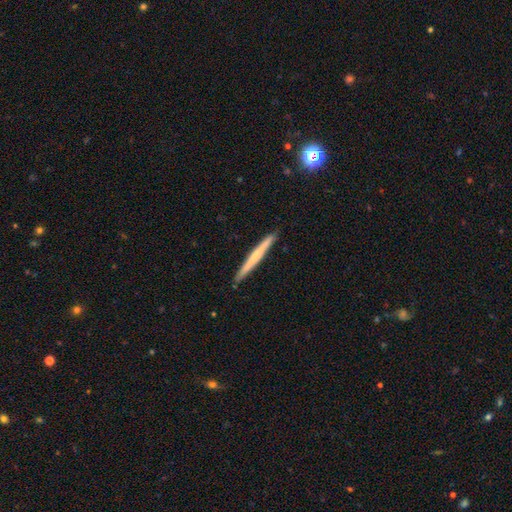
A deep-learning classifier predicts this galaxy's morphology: smooth 54%, featured or disk 41%, star or artifact 5%. Down the decision tree: how rounded — cigar-shaped (97%); merging — none (92%).